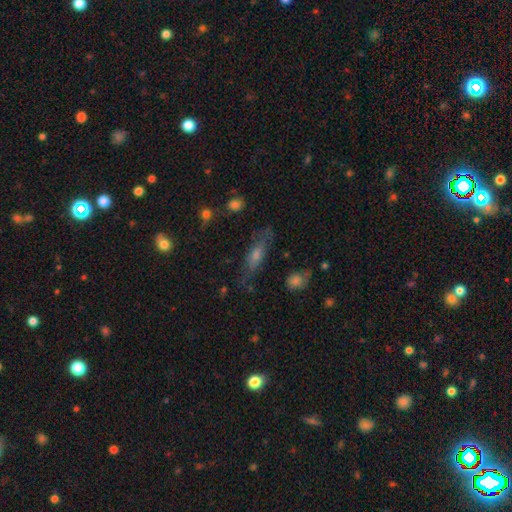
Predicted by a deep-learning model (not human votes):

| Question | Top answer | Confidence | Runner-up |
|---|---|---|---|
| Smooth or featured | smooth | 48% | featured or disk (39%) |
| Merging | none | 66% | minor disturbance (21%) |